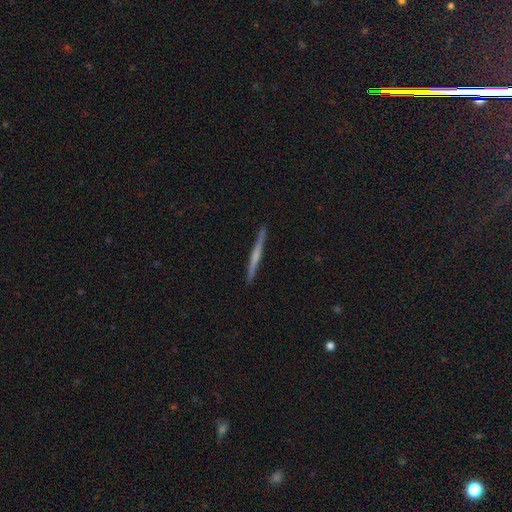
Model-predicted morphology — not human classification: This appears to be a featured or disk galaxy (57%) viewed edge-on (98%) with no central bulge (63%). Merging: none (91%).